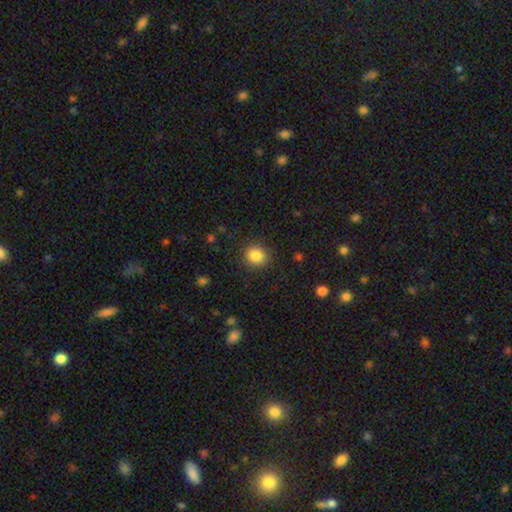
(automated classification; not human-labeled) Smooth or featured? smooth (85%)
How rounded? round (86%)
Merging? none (88%)